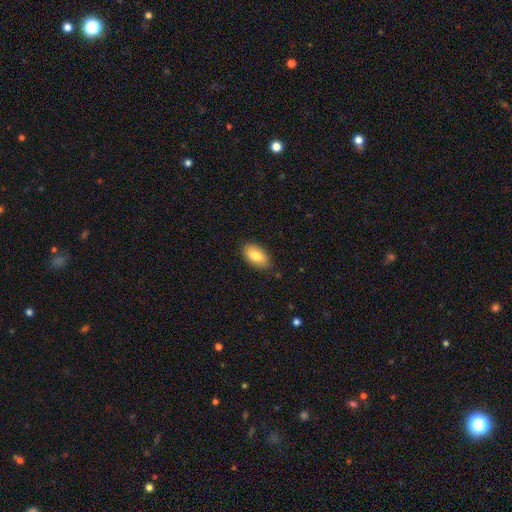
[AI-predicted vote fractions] Smooth or featured: smooth — 83% (featured or disk — 11%)
How rounded: in between — 93% (cigar-shaped — 3%)
Merging: none — 85% (minor disturbance — 12%)